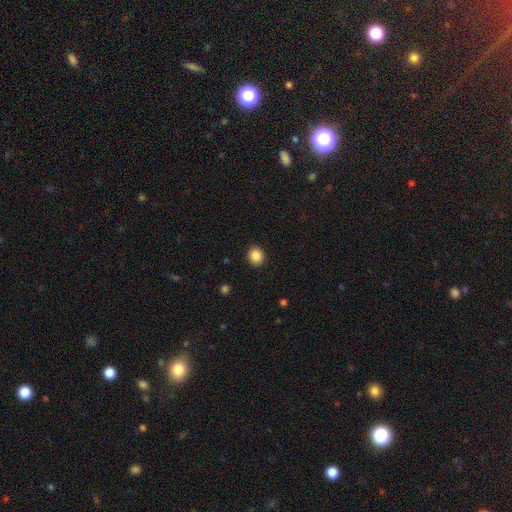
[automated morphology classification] This appears to be a smooth galaxy with no disk features (87%) that is round (78%). Merging: none (91%).